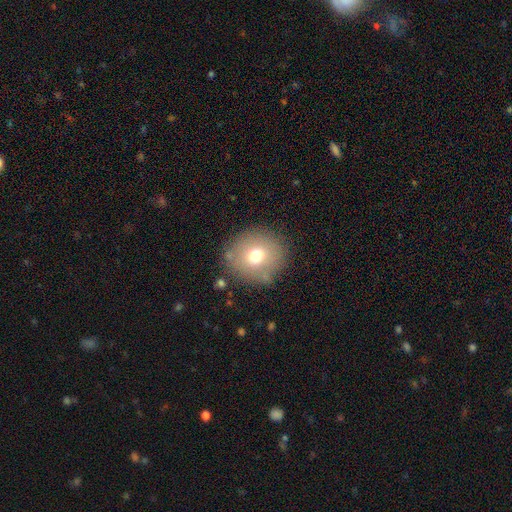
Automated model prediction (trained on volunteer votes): This is likely a smooth galaxy (70%). How rounded: clearly round (87%). Merging: clearly none (83%).